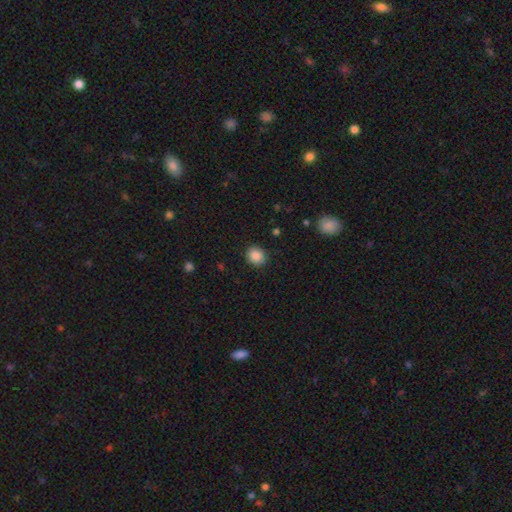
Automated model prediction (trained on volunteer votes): smooth 87%, star or artifact 9%, featured or disk 4%. Down the decision tree: how rounded — round (76%); merging — none (89%).